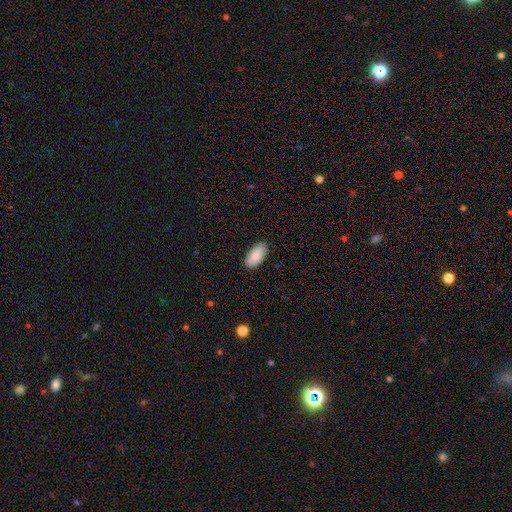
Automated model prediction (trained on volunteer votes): A smooth galaxy with no disk features (89%) that is in between round and cigar-shaped (94%).

Vote fractions:
- Smooth or featured? smooth: 89% / star or artifact: 6% / featured or disk: 5%
- How rounded? in between: 94% / cigar-shaped: 4% / round: 2%
- Merging? none: 87% / minor disturbance: 10% / major disturbance: 2% / merger: 1%